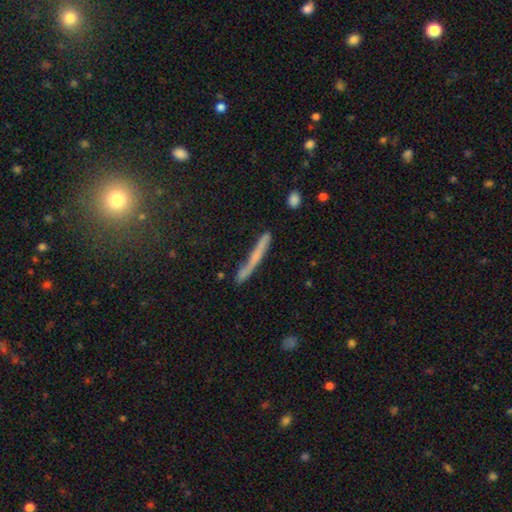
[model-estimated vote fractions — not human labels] Smooth or featured? Predicted: smooth (p=0.51). How rounded? Predicted: cigar-shaped (p=0.95). Merging? Predicted: none (p=0.70).